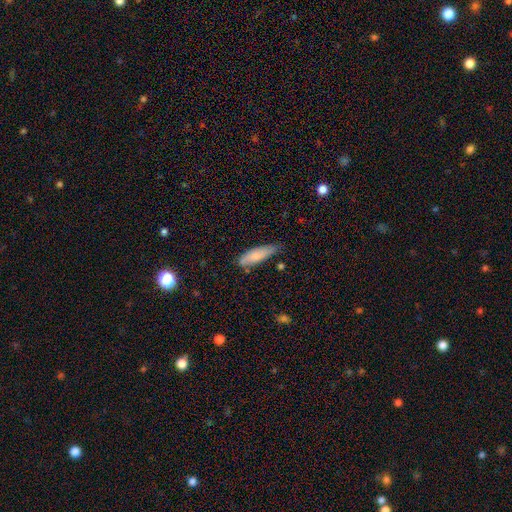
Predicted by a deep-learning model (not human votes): A smooth galaxy with no disk features (79%) that is in between round and cigar-shaped (50%). Merging: none (63%).